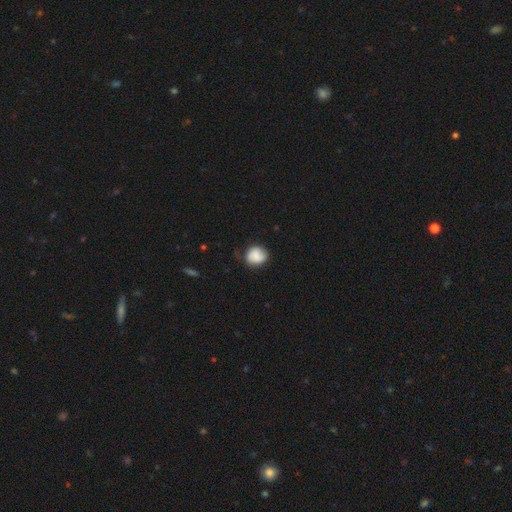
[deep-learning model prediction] smooth 68%, featured or disk 23%, star or artifact 8%. Down the decision tree: how rounded — round (74%); merging — none (66%).